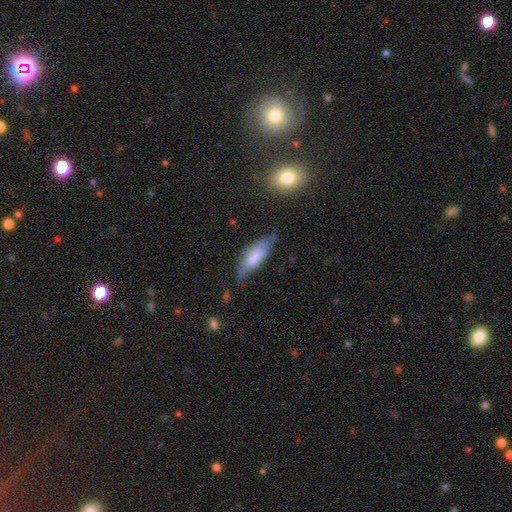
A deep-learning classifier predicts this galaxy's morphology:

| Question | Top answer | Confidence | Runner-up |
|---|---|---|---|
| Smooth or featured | smooth | 52% | featured or disk (40%) |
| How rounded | in between | 56% | cigar-shaped (42%) |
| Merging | none | 47% | minor disturbance (34%) |